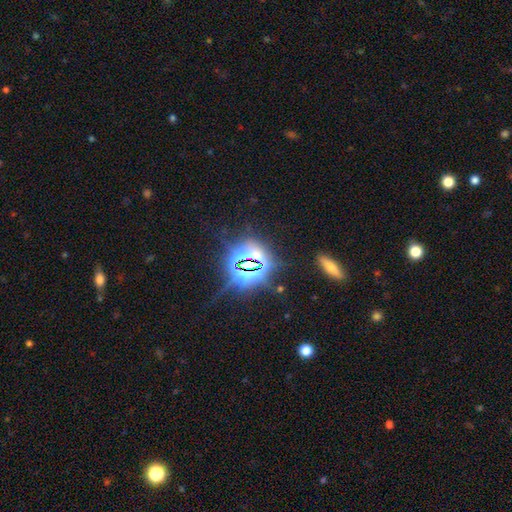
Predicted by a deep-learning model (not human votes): The model was most divided on "smooth or featured": star or artifact: 79%, smooth: 12%, featured or disk: 8%.